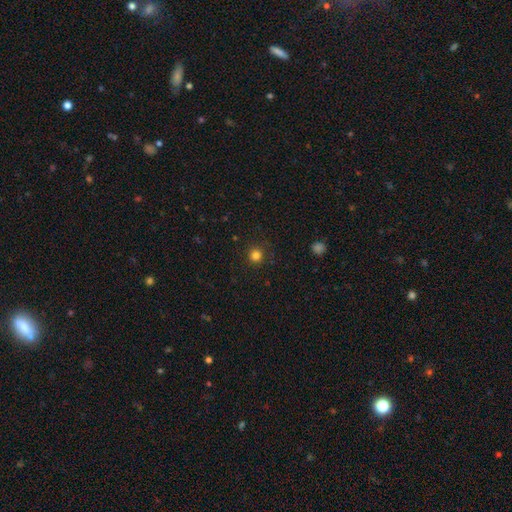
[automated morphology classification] Smooth or featured? smooth (81%)
How rounded? round (95%)
Merging? none (90%)